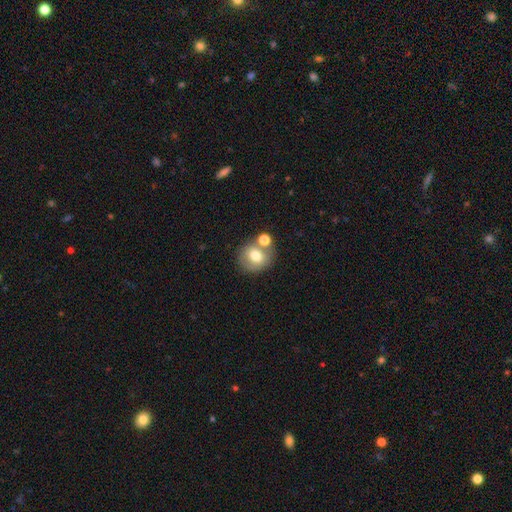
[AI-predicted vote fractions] smooth 73%, featured or disk 18%, star or artifact 10%. Down the decision tree: how rounded — round (72%); merging — none (56%).